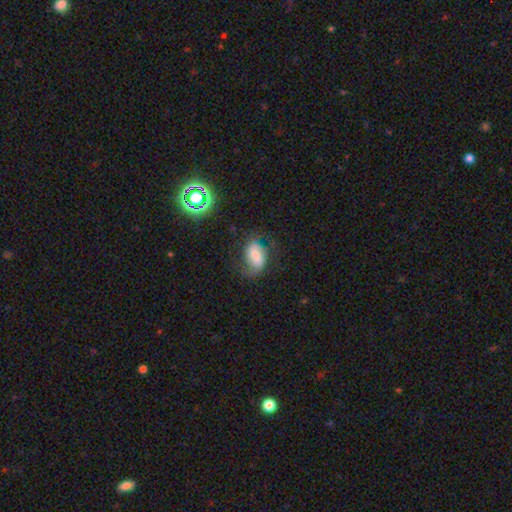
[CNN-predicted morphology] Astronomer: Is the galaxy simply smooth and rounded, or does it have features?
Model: featured or disk — 48% (runner-up: smooth, 41%).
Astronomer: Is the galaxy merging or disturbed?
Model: none — 57%.